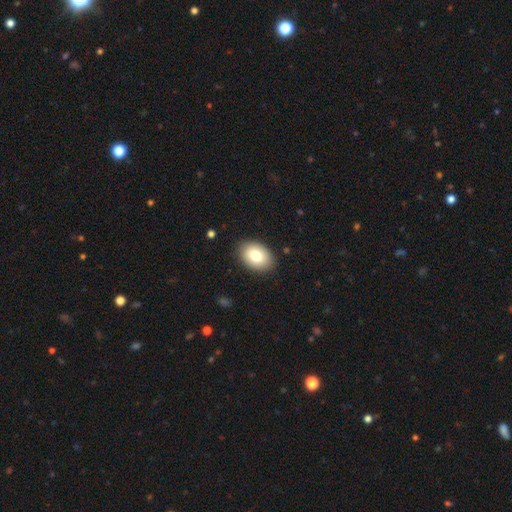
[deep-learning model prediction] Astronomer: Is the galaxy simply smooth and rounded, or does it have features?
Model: smooth — 81%.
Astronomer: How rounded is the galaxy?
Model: in between — 82%.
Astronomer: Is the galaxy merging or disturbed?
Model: none — 87%.